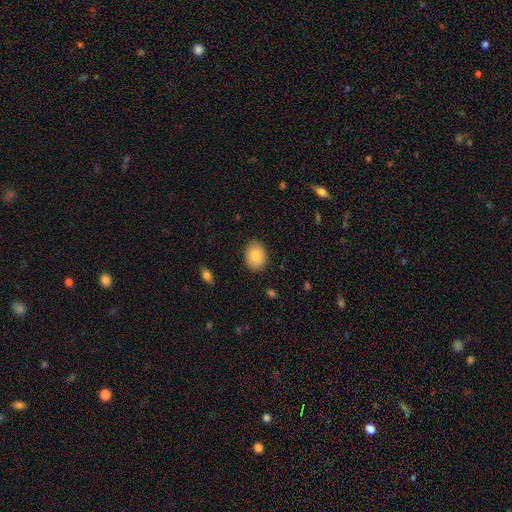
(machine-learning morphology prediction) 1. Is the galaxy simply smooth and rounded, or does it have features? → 85% smooth, 8% featured or disk, 7% star or artifact.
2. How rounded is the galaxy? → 71% in between, 28% round, 1% cigar-shaped.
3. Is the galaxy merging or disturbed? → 86% none, 10% minor disturbance, 2% major disturbance, 1% merger.